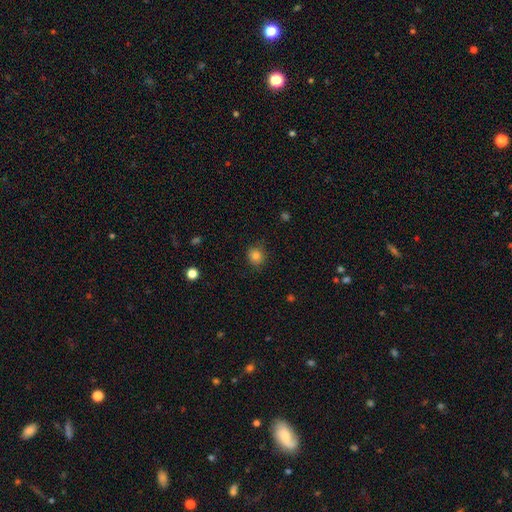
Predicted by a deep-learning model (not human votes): smooth-or-featured: smooth: 83% | star or artifact: 12% | featured or disk: 5%
  how-rounded: round: 87% | in between: 12% | cigar-shaped: 1%
  merging: none: 83% | minor disturbance: 12% | major disturbance: 3% | merger: 1%